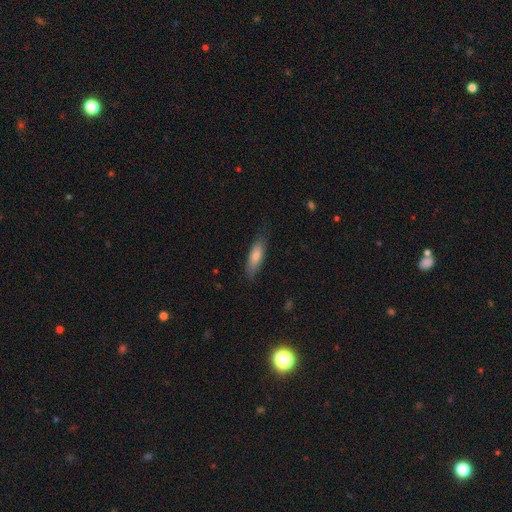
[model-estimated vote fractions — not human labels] Overall: smooth (71%). How rounded: cigar-shaped (51%; in between 47%). Merging: none (78%).